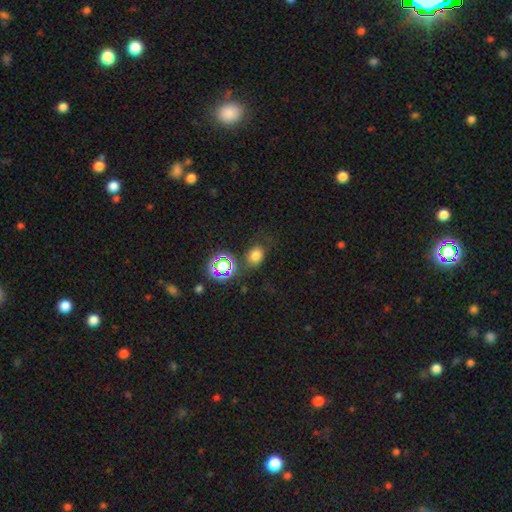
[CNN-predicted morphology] Smooth or featured? smooth (72%)
How rounded? in between (54%)
Merging? none (72%)